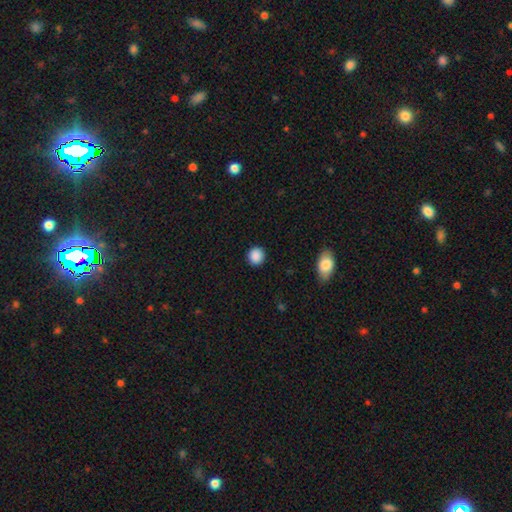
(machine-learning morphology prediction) A smooth galaxy with no disk features (89%) that is round (91%).

Vote fractions:
- Smooth or featured? smooth: 89% / star or artifact: 9% / featured or disk: 3%
- How rounded? round: 91% / in between: 8% / cigar-shaped: 1%
- Merging? none: 91% / minor disturbance: 6% / major disturbance: 2% / merger: 1%